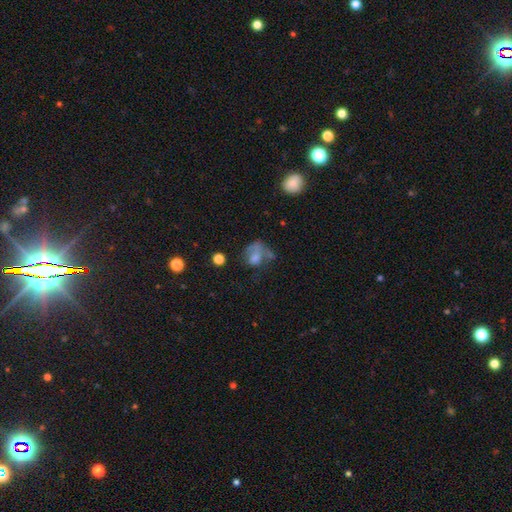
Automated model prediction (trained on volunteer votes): Q: Smooth or featured?
A: smooth (57%); runner-up: featured or disk (28%)
Q: How rounded?
A: in between (60%); runner-up: round (38%)
Q: Merging?
A: major disturbance (39%); runner-up: none (25%)